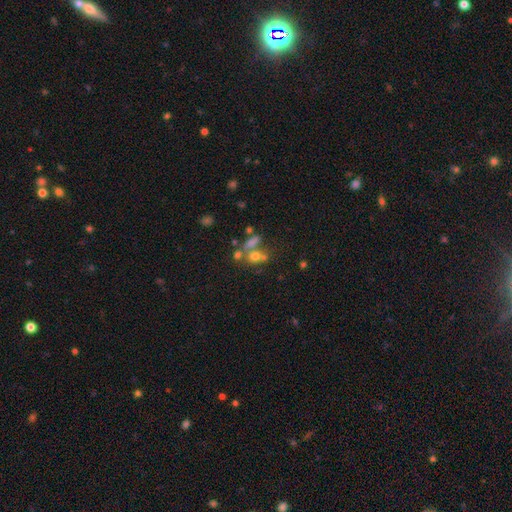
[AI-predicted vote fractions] Smooth or featured?
  - smooth: 61% *
  - featured or disk: 21%
  - star or artifact: 19%
How rounded?
  - in between: 48% *
  - round: 46%
  - cigar-shaped: 5%
Merging?
  - merger: 40% *
  - none: 39%
  - minor disturbance: 12%
  - major disturbance: 10%